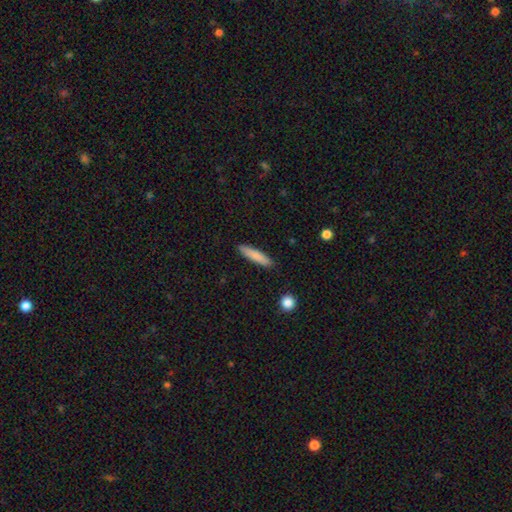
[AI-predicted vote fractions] Smooth or featured? Predicted: smooth (p=0.81). How rounded? Predicted: cigar-shaped (p=0.86). Merging? Predicted: none (p=0.89).